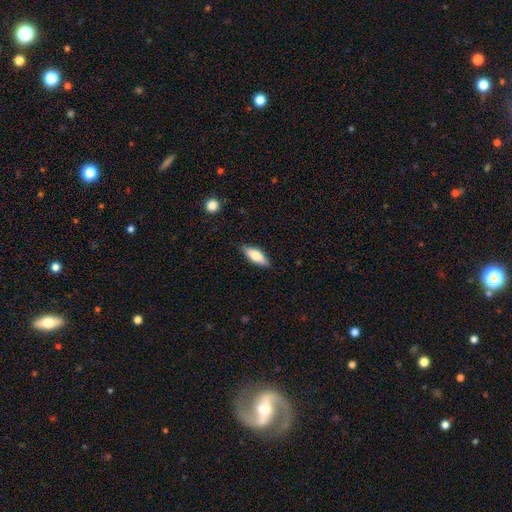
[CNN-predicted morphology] Q: Smooth or featured?
A: smooth (76%); runner-up: featured or disk (18%)
Q: How rounded?
A: in between (64%); runner-up: cigar-shaped (35%)
Q: Merging?
A: none (85%); runner-up: minor disturbance (12%)